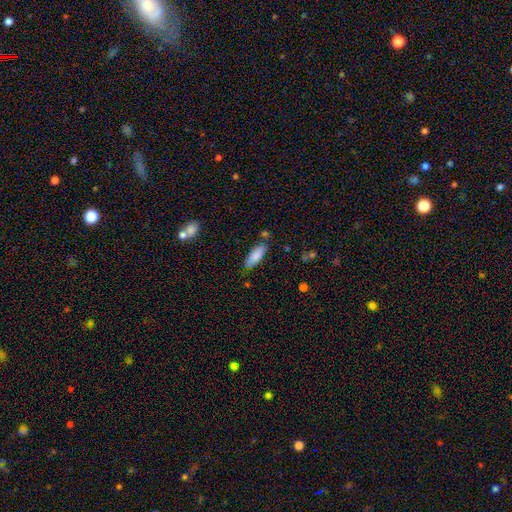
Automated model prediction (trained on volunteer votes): Smooth or featured?
  - smooth: 85% *
  - featured or disk: 9%
  - star or artifact: 6%
How rounded?
  - in between: 65% *
  - cigar-shaped: 33%
  - round: 2%
Merging?
  - none: 79% *
  - minor disturbance: 14%
  - merger: 4%
  - major disturbance: 3%